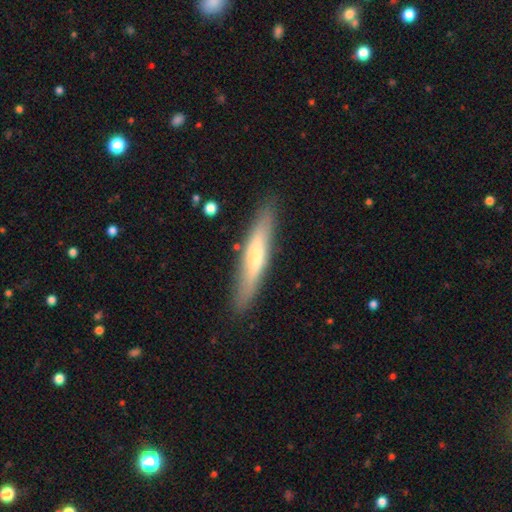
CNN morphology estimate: smooth 55%, featured or disk 39%, star or artifact 6%. Down the decision tree: how rounded — cigar-shaped (89%); merging — none (86%).